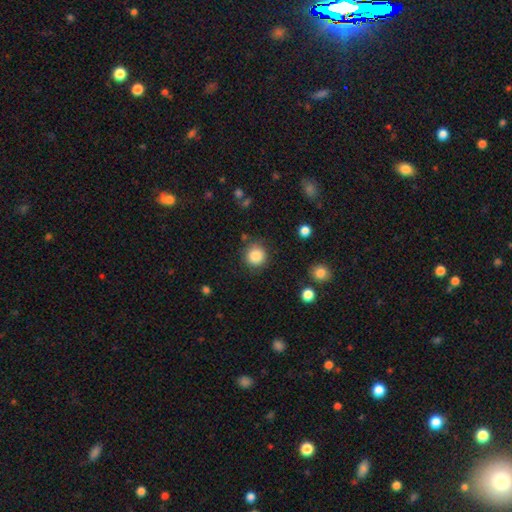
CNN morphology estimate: This is clearly a smooth galaxy (86%). How rounded: clearly round (93%). Merging: clearly none (86%).